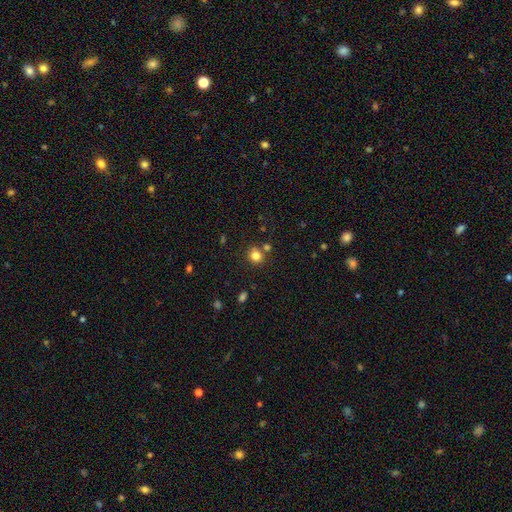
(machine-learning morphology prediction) Q: Smooth or featured?
A: smooth (81%); runner-up: star or artifact (13%)
Q: How rounded?
A: round (83%); runner-up: in between (16%)
Q: Merging?
A: none (74%); runner-up: merger (14%)